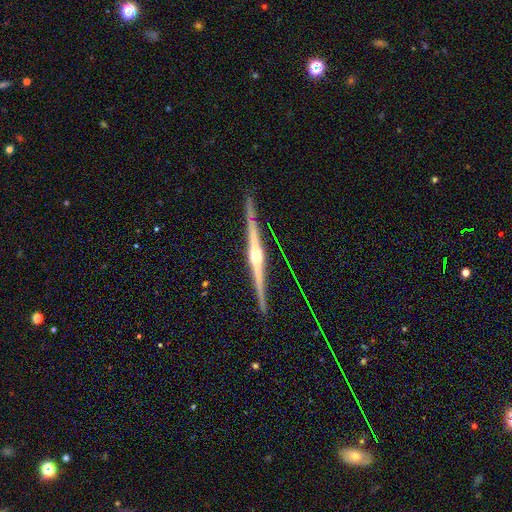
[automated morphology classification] featured or disk 87%, smooth 8%, star or artifact 5%. Down the decision tree: edge-on disk — yes (98%); edge-on bulge — rounded (91%); merging — none (90%).